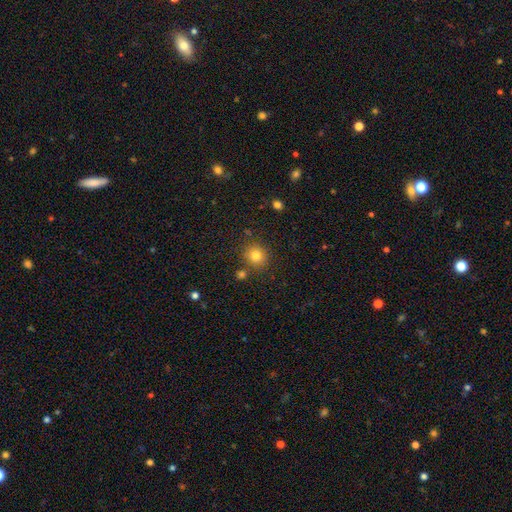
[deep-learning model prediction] Smooth or featured? Predicted: smooth (p=0.82). How rounded? Predicted: round (p=0.86). Merging? Predicted: none (p=0.82).